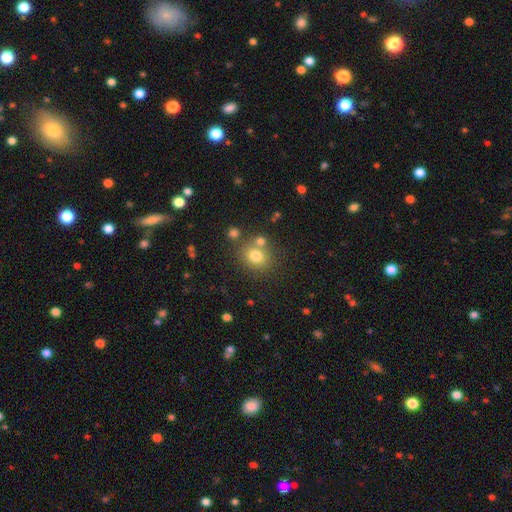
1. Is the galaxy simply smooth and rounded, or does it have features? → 87% smooth, 8% featured or disk, 5% star or artifact.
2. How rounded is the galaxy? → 48% round (tied), 48% in between (tied), 3% cigar-shaped.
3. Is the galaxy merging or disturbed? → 61% none, 25% merger, 8% minor disturbance, 6% major disturbance.